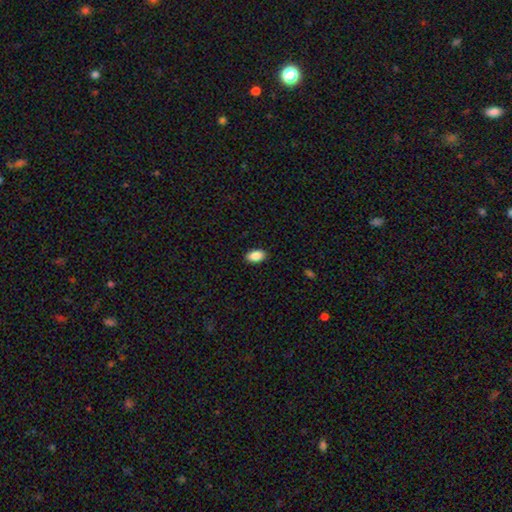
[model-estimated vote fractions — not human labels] Smooth or featured? smooth (88%)
How rounded? in between (93%)
Merging? none (90%)